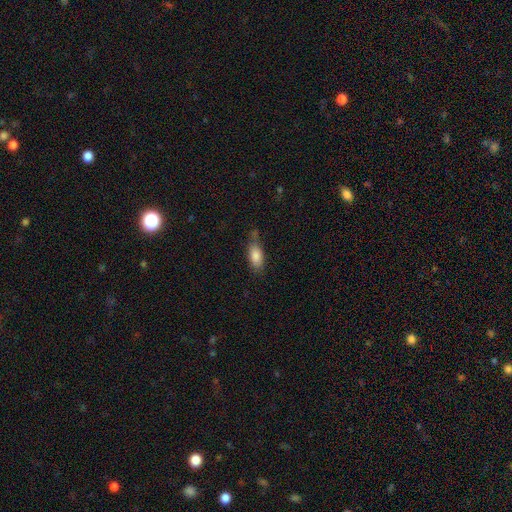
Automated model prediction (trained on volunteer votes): Q: Smooth or featured?
A: smooth (83%); runner-up: featured or disk (10%)
Q: How rounded?
A: in between (82%); runner-up: cigar-shaped (15%)
Q: Merging?
A: none (57%); runner-up: minor disturbance (28%)